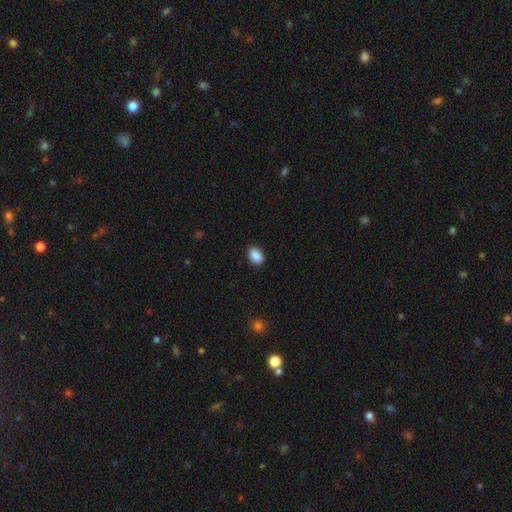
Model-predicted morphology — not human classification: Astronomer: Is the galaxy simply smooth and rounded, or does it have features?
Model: smooth — 90%.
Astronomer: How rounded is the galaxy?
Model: in between — 77%.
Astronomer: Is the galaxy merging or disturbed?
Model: none — 90%.